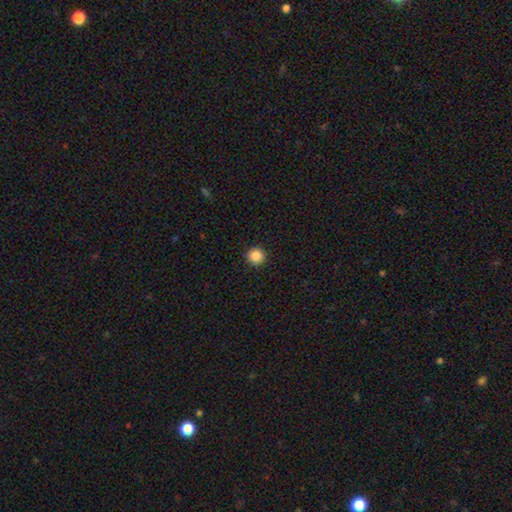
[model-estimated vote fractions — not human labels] This is clearly a smooth galaxy (85%). How rounded: clearly round (96%). Merging: clearly none (92%).